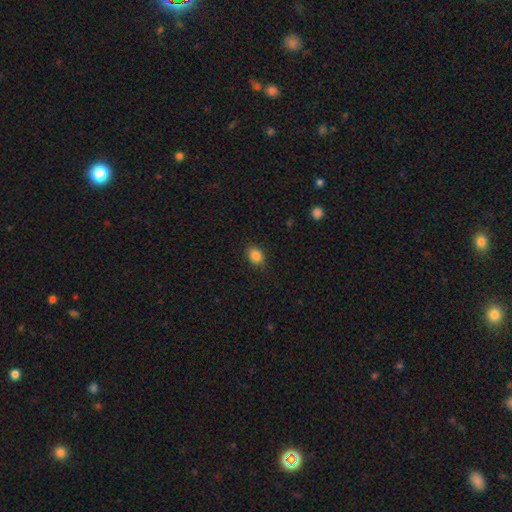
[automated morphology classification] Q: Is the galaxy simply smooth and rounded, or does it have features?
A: smooth — 86%.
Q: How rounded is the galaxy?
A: in between — 60%.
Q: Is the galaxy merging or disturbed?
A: none — 84%.